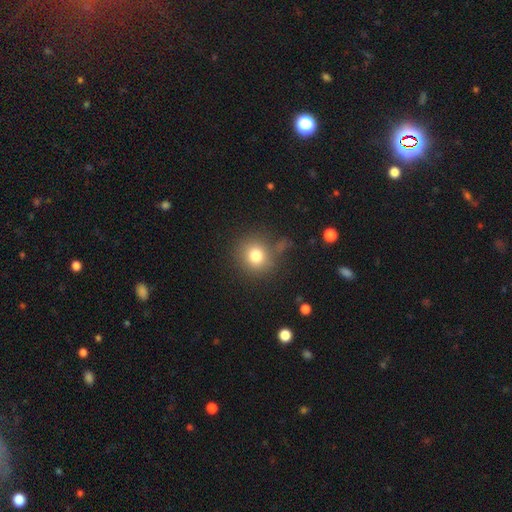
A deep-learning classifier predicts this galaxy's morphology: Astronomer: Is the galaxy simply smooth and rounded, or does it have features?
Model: smooth — 79%.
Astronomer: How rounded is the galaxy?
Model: round — 87%.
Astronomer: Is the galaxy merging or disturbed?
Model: none — 77%.